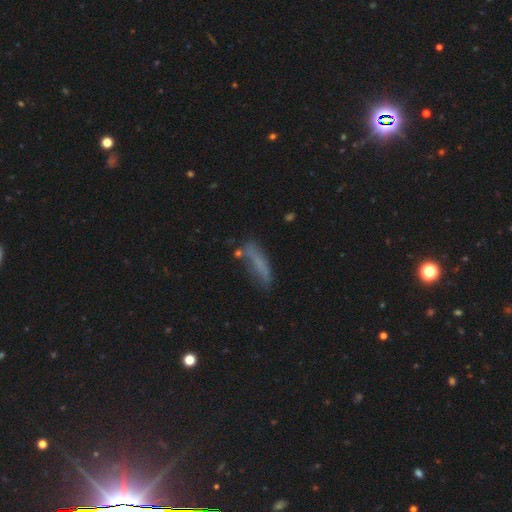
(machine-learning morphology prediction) smooth-or-featured: smooth: 64% | featured or disk: 24% | star or artifact: 12%
  how-rounded: cigar-shaped: 73% | in between: 25% | round: 2%
  merging: none: 55% | minor disturbance: 24% | major disturbance: 13% | merger: 8%